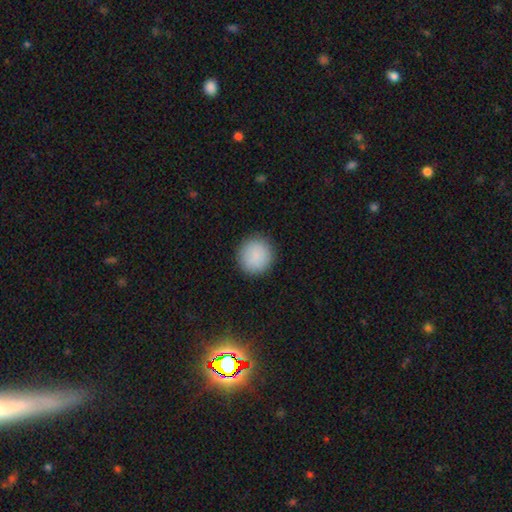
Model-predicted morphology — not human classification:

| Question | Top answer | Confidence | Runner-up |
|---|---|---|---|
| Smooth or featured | smooth | 88% | star or artifact (8%) |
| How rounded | round | 93% | in between (6%) |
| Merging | none | 91% | minor disturbance (6%) |